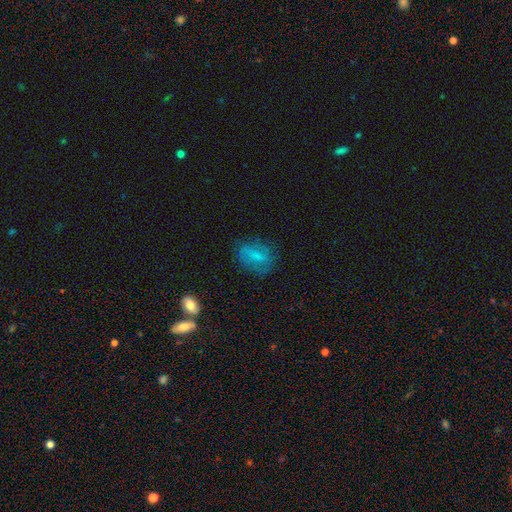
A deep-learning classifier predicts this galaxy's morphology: Smooth or featured: smooth — 59% (featured or disk — 30%)
How rounded: in between — 69% (round — 27%)
Merging: none — 65% (minor disturbance — 22%)